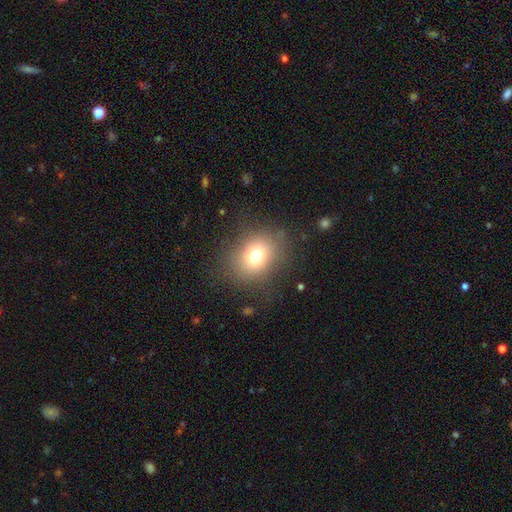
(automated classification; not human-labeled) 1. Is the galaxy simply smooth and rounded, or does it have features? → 74% smooth, 14% star or artifact, 12% featured or disk.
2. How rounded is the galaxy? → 50% in between, 49% round, 1% cigar-shaped.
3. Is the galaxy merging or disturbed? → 80% none, 12% minor disturbance, 7% major disturbance, 1% merger.